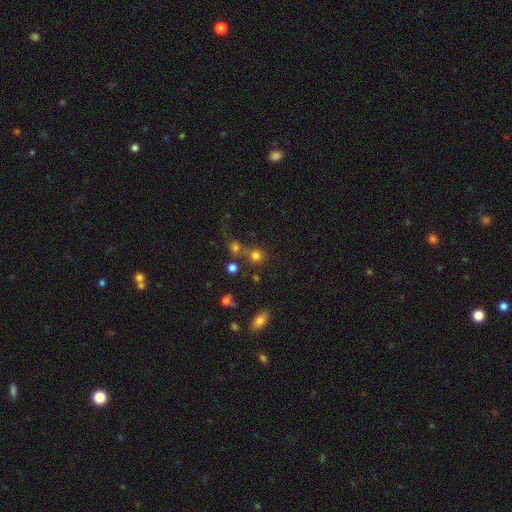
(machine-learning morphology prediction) smooth_or_featured: smooth (p=0.74) [alt: star or artifact p=0.18]
how_rounded: round (p=0.88) [alt: in between p=0.11]
merging: none (p=0.64) [alt: merger p=0.22]